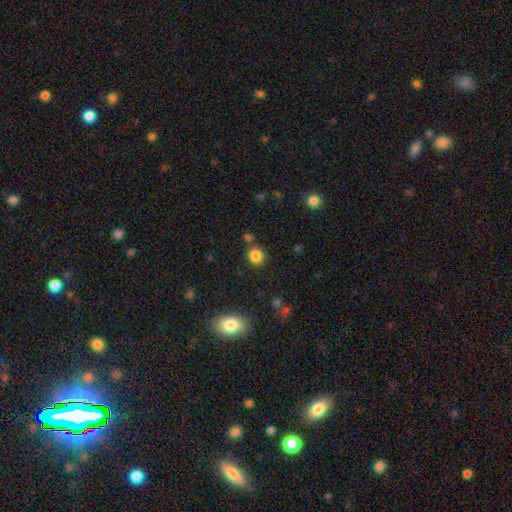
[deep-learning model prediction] Smooth or featured: smooth — 84% (star or artifact — 11%)
How rounded: round — 78% (in between — 21%)
Merging: none — 80% (minor disturbance — 10%)